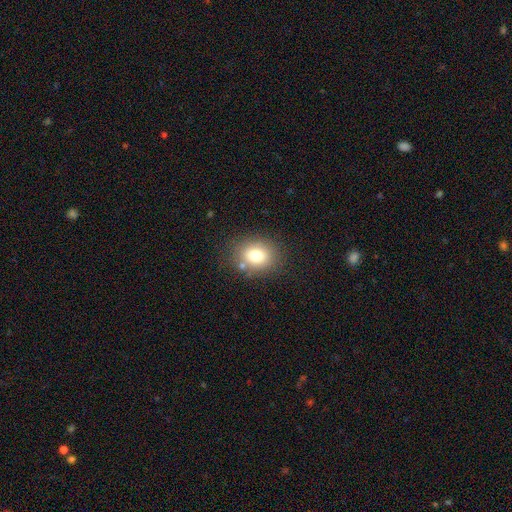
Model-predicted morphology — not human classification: smooth-or-featured: smooth: 77% | star or artifact: 12% | featured or disk: 11%
  how-rounded: round: 55% | in between: 44% | cigar-shaped: 1%
  merging: none: 79% | minor disturbance: 12% | merger: 5% | major disturbance: 4%